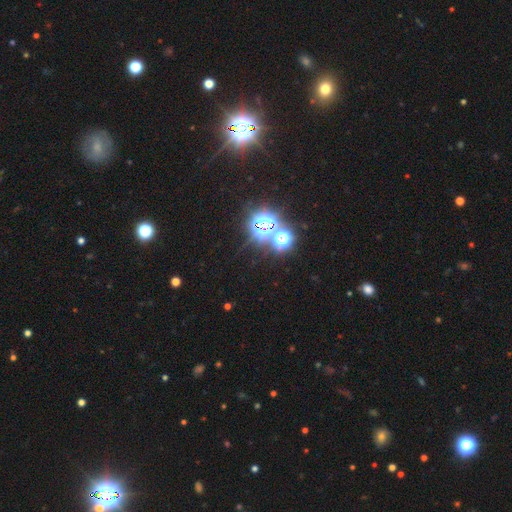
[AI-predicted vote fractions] Q: Smooth or featured?
A: star or artifact (76%); runner-up: smooth (17%)